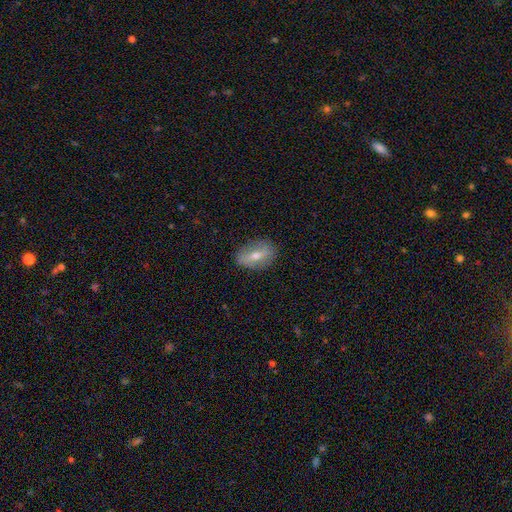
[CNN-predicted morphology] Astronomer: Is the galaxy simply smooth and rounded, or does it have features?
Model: smooth — 50% (runner-up: featured or disk, 42%).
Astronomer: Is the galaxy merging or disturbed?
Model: none — 83%.